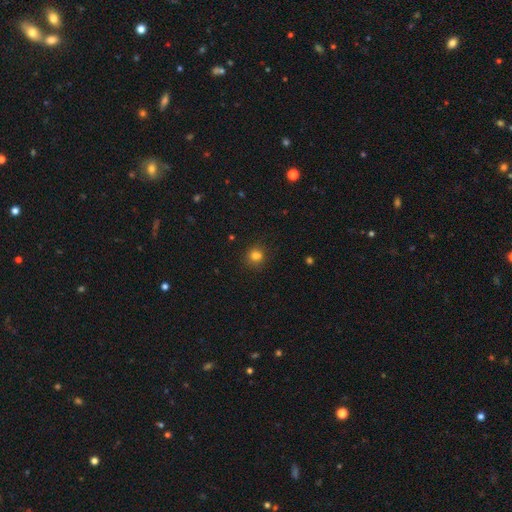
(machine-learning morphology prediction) smooth 78%, star or artifact 15%, featured or disk 7%. Down the decision tree: how rounded — round (83%); merging — none (77%).